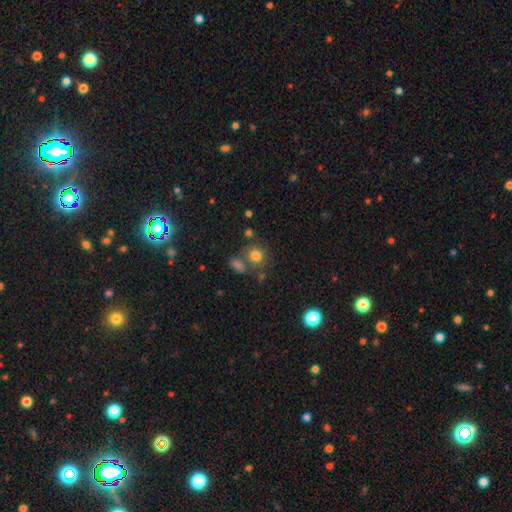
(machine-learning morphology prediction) Overall: smooth (76%). How rounded: round (80%). Merging: none (56%; merger 23%).